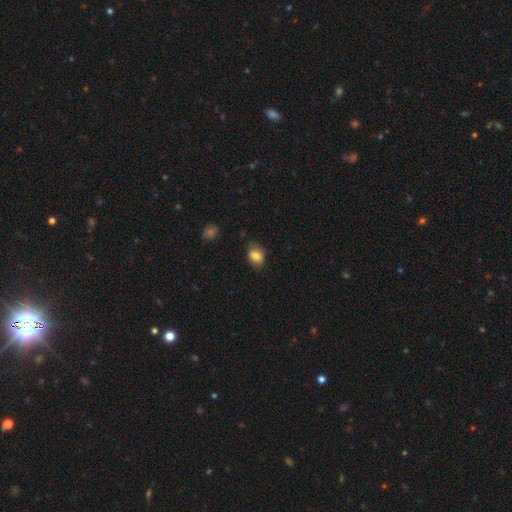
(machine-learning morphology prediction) Overall: smooth (79%). How rounded: in between (61%; round 38%). Merging: none (68%).